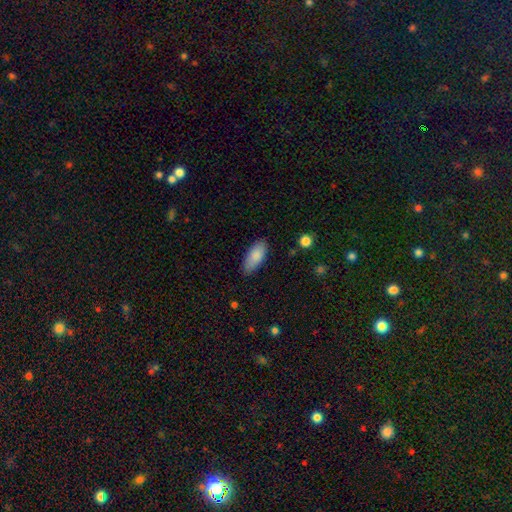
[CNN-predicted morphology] Smooth or featured?
  - smooth: 86% *
  - featured or disk: 8%
  - star or artifact: 6%
How rounded?
  - in between: 86% *
  - cigar-shaped: 12%
  - round: 2%
Merging?
  - none: 83% *
  - minor disturbance: 13%
  - major disturbance: 3%
  - merger: 1%